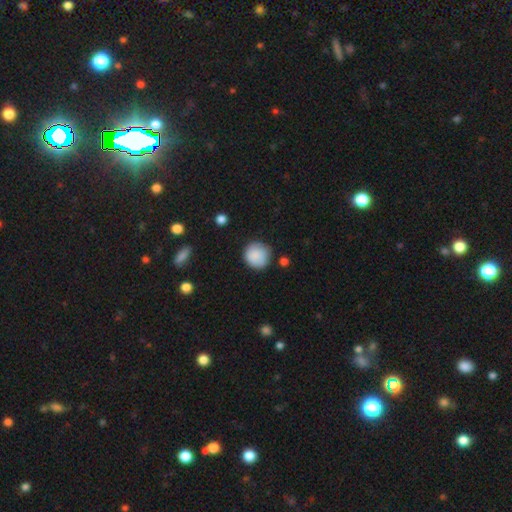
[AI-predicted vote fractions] smooth-or-featured: smooth: 87% | star or artifact: 7% | featured or disk: 6%
  how-rounded: round: 93% | in between: 6% | cigar-shaped: 1%
  merging: none: 81% | minor disturbance: 14% | major disturbance: 3% | merger: 2%